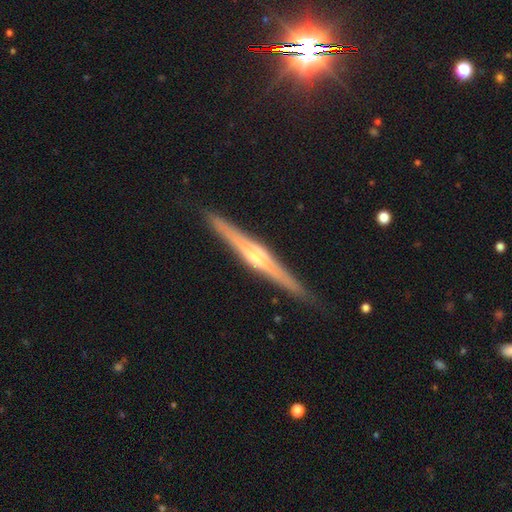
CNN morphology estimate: smooth_or_featured: featured or disk (p=0.77) [alt: smooth p=0.17]
disk_edge_on: yes (p=0.98) [alt: no p=0.02]
edge_on_bulge: rounded (p=0.72) [alt: boxy p=0.16]
merging: none (p=0.90) [alt: minor disturbance p=0.08]